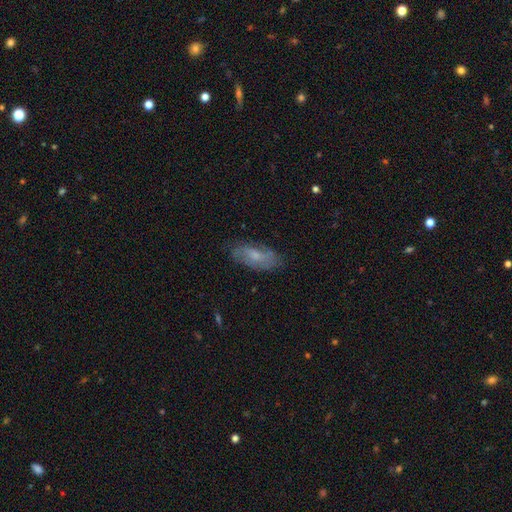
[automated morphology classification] Overall: featured or disk (48%; smooth 44%). Merging: none (75%).